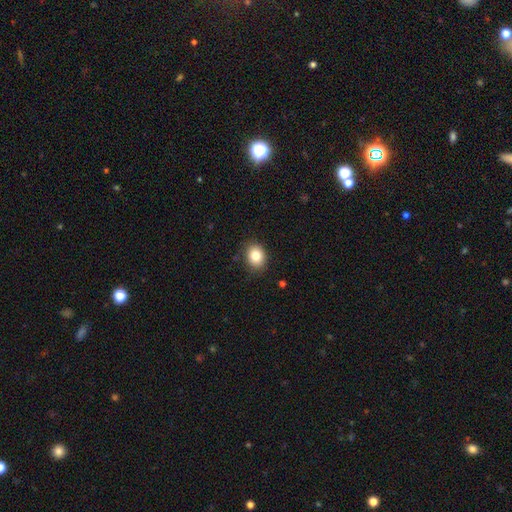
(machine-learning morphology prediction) This appears to be a smooth galaxy with no disk features (82%) that is round (51%). Merging: none (87%).